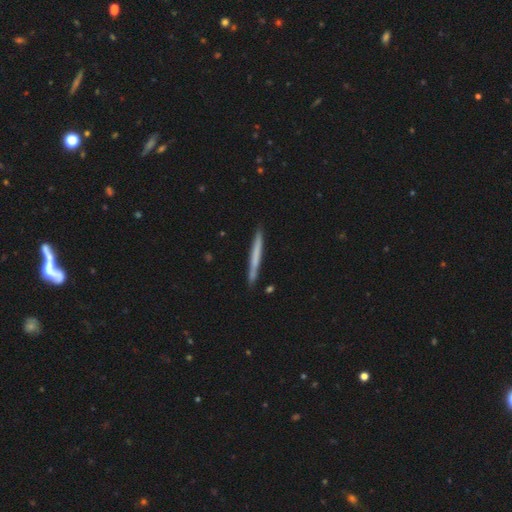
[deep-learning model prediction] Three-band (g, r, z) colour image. It shows a smooth galaxy with no disk features (58%) that is cigar-shaped (97%). Merging: none (90%).